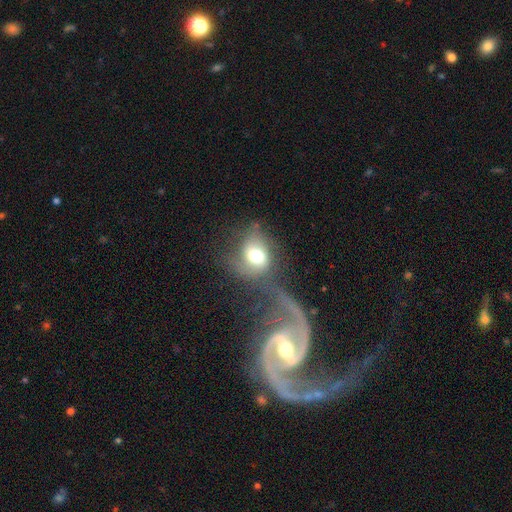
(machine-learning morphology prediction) This is possibly a smooth galaxy (59%). How rounded: possibly round (58%). Merging: marginally merger (29%, tied with none).